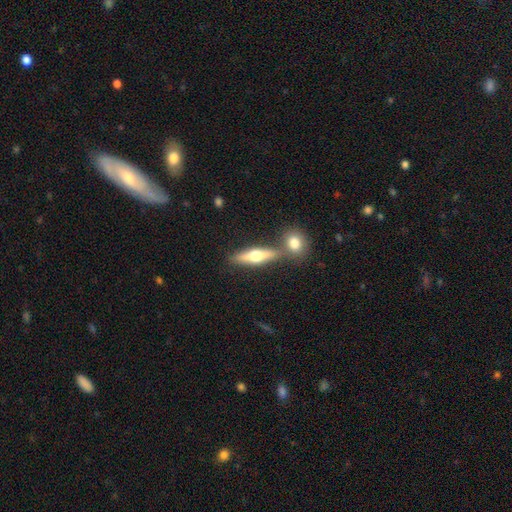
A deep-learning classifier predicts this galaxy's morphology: Smooth or featured? smooth (49%)
Merging? none (62%)